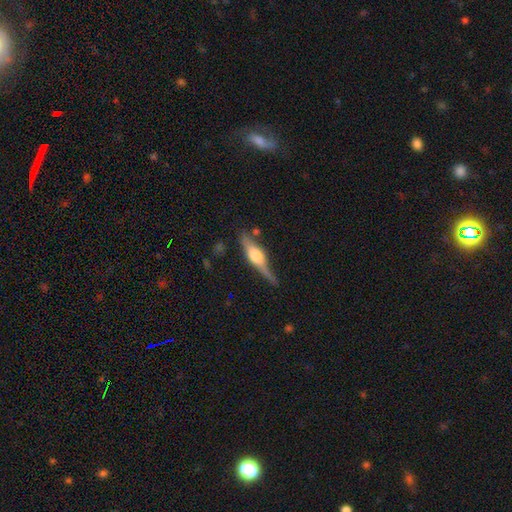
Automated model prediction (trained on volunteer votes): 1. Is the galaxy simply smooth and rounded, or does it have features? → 66% featured or disk, 28% smooth, 6% star or artifact.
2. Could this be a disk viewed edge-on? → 94% yes, 6% no.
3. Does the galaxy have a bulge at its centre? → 88% rounded, 9% boxy, 3% none.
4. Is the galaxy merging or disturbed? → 66% none, 22% minor disturbance, 7% major disturbance, 4% merger.